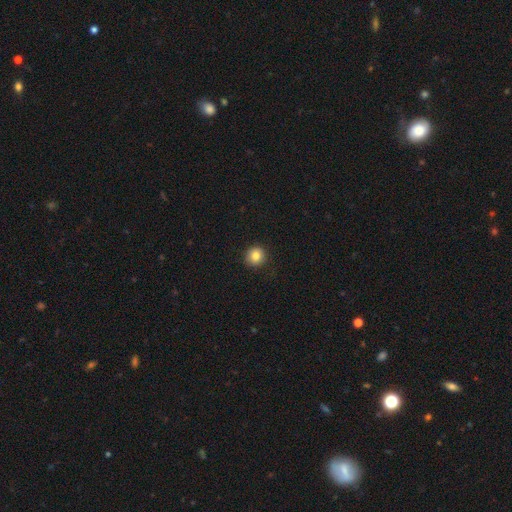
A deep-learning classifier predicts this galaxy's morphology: A smooth galaxy with no disk features (82%) that is round (92%). Merging: none (90%).